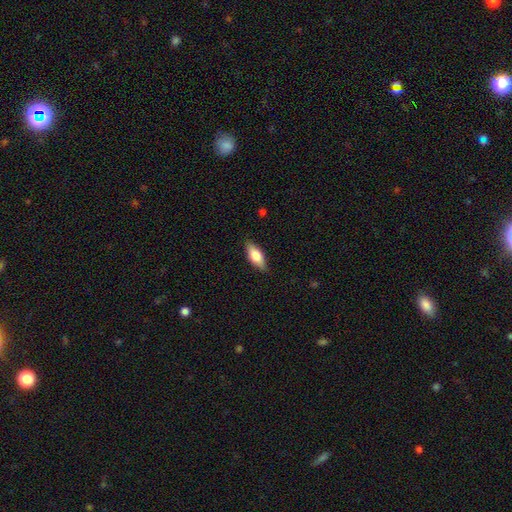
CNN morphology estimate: Smooth or featured? Predicted: smooth (p=0.68). How rounded? Predicted: in between (p=0.77). Merging? Predicted: none (p=0.86).